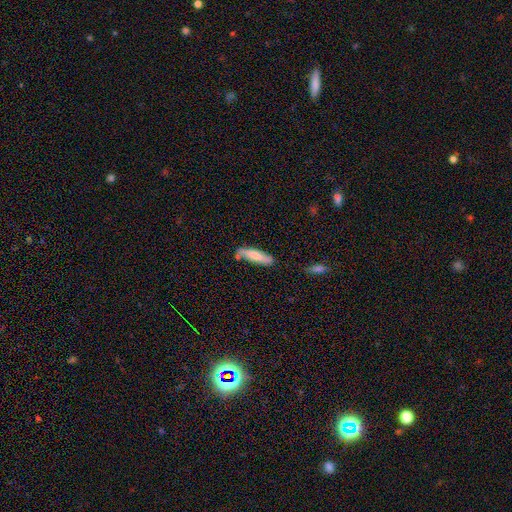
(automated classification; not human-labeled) This appears to be a smooth galaxy with no disk features (70%) that is cigar-shaped (75%). Merging: none (73%).